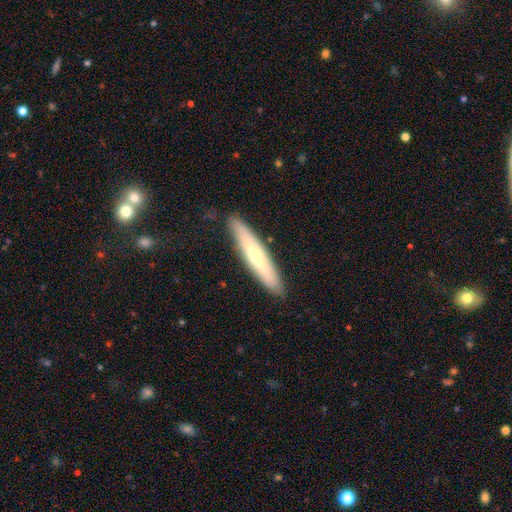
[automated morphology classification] type=smooth (50%); roundness=cigar-shaped (89%); merging=none (88%).